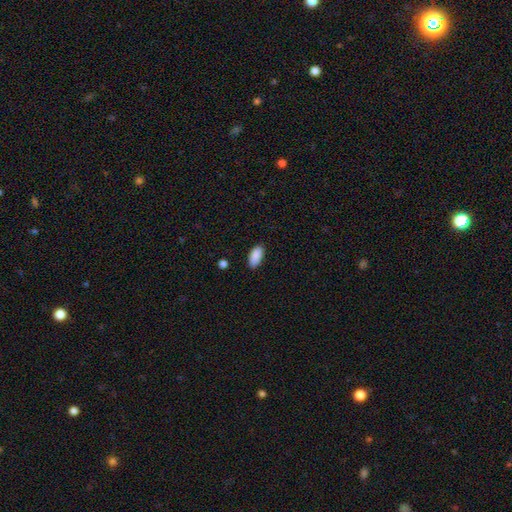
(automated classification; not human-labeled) A smooth galaxy with no disk features (90%) that is in between round and cigar-shaped (92%). Merging: none (85%).